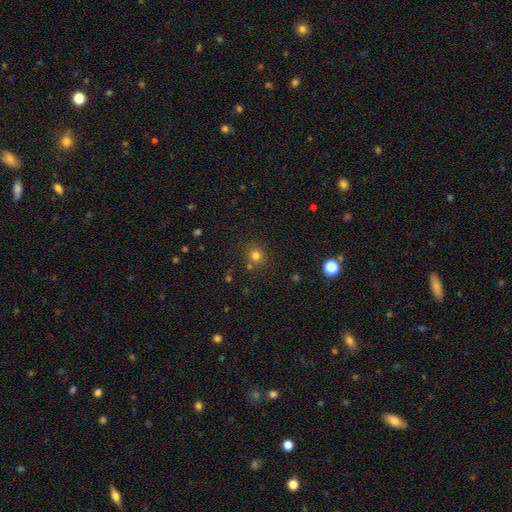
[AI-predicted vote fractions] A smooth galaxy with no disk features (76%) that is round (90%).

Vote fractions:
- Smooth or featured? smooth: 76% / star or artifact: 17% / featured or disk: 7%
- How rounded? round: 90% / in between: 9% / cigar-shaped: 1%
- Merging? none: 80% / minor disturbance: 9% / merger: 8% / major disturbance: 3%